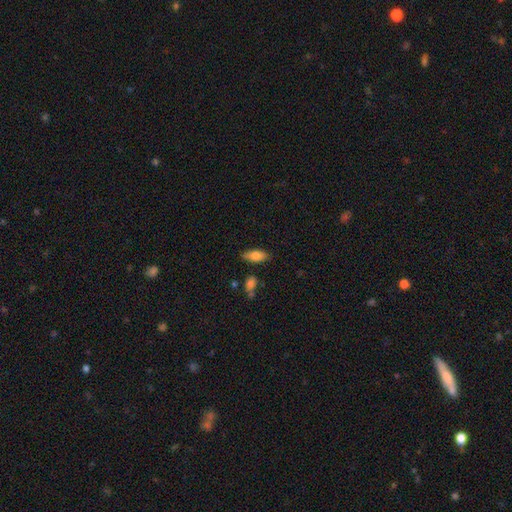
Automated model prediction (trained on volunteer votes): A smooth galaxy with no disk features (74%) that is in between round and cigar-shaped (76%). Merging: none (78%).